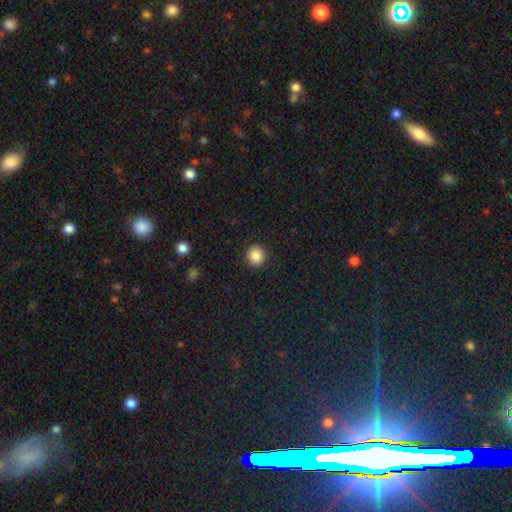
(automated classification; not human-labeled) Smooth or featured?
  - smooth: 86% *
  - star or artifact: 9%
  - featured or disk: 4%
How rounded?
  - round: 85% *
  - in between: 14%
  - cigar-shaped: 1%
Merging?
  - none: 91% *
  - minor disturbance: 6%
  - major disturbance: 2%
  - merger: 1%